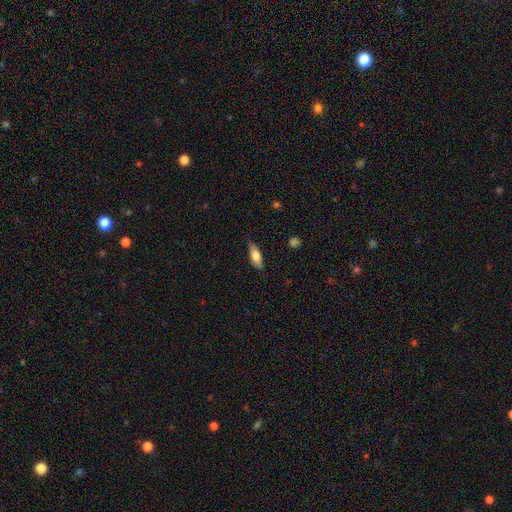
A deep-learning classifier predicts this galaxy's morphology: Smooth or featured? Predicted: smooth (p=0.69). How rounded? Predicted: in between (p=0.66). Merging? Predicted: none (p=0.84).